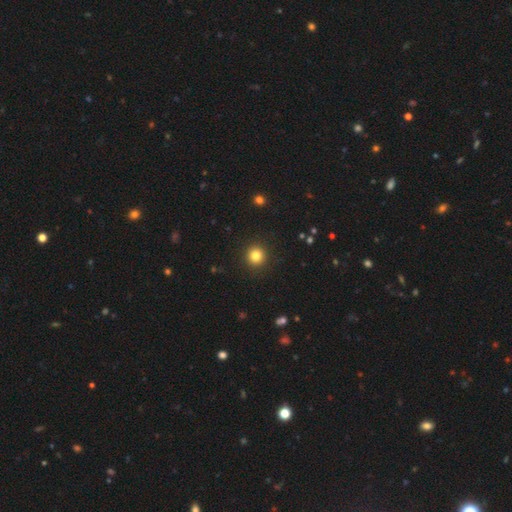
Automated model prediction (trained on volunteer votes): Morphology: type=smooth (82%); roundness=round (95%); merging=none (92%).